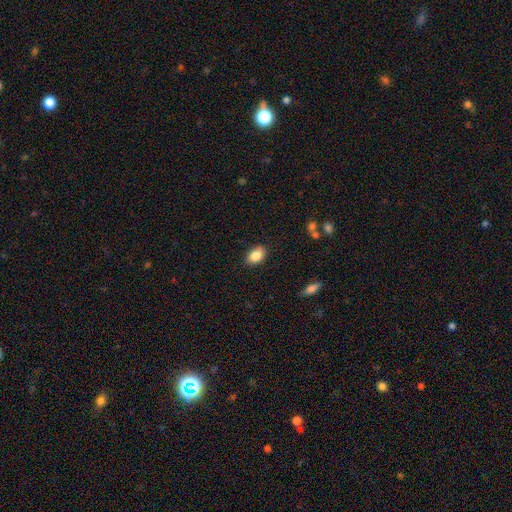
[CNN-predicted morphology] Q: Smooth or featured?
A: smooth (86%); runner-up: star or artifact (8%)
Q: How rounded?
A: in between (84%); runner-up: round (14%)
Q: Merging?
A: none (84%); runner-up: minor disturbance (13%)